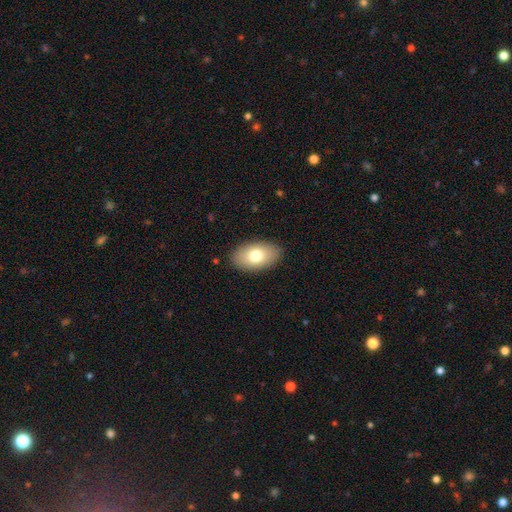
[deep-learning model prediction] smooth 75%, featured or disk 18%, star or artifact 7%. Down the decision tree: how rounded — in between (94%); merging — none (88%).